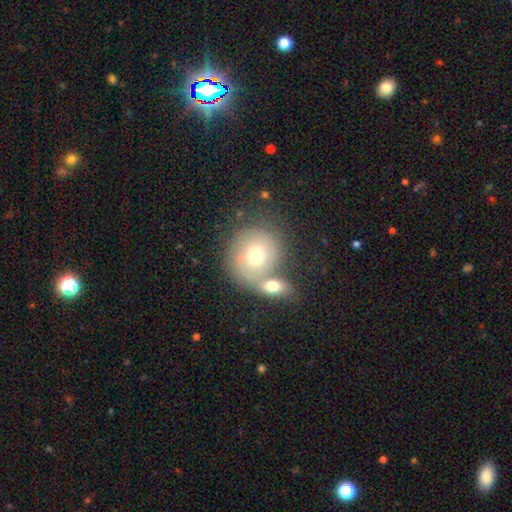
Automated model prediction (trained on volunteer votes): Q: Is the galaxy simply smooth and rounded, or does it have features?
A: smooth — 64%.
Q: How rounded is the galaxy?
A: round — 83%.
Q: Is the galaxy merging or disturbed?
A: merger — 42%, tied with none.